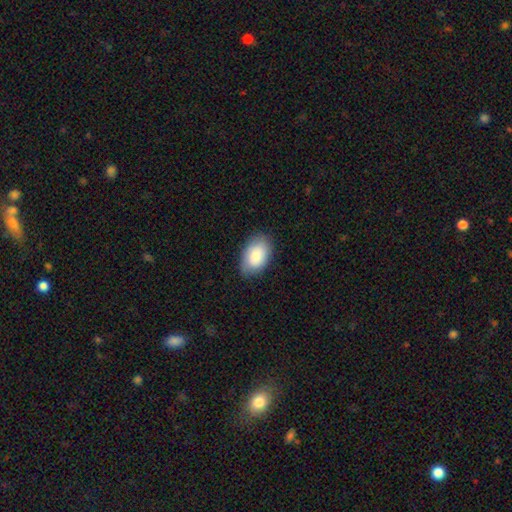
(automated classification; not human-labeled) smooth-or-featured: smooth: 83% | featured or disk: 11% | star or artifact: 6%
  how-rounded: in between: 90% | round: 9% | cigar-shaped: 1%
  merging: none: 81% | minor disturbance: 15% | major disturbance: 3% | merger: 1%